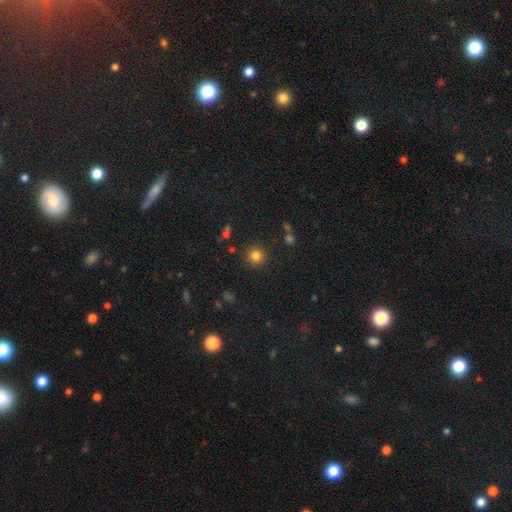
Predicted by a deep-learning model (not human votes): Morphology: type=smooth (81%); roundness=round (93%); merging=none (89%).